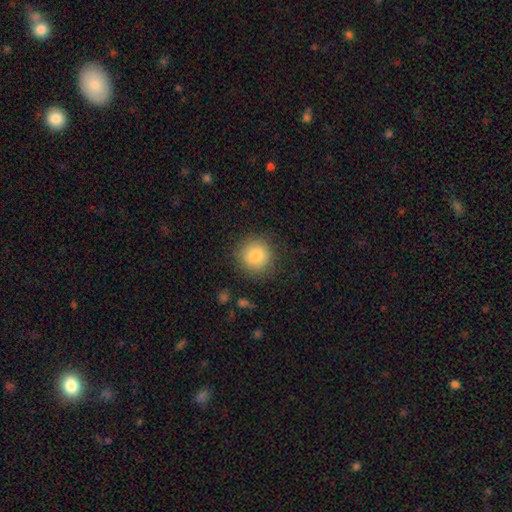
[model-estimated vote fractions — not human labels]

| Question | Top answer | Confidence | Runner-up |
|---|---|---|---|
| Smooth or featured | smooth | 85% | star or artifact (9%) |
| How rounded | round | 94% | in between (6%) |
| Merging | none | 87% | minor disturbance (9%) |